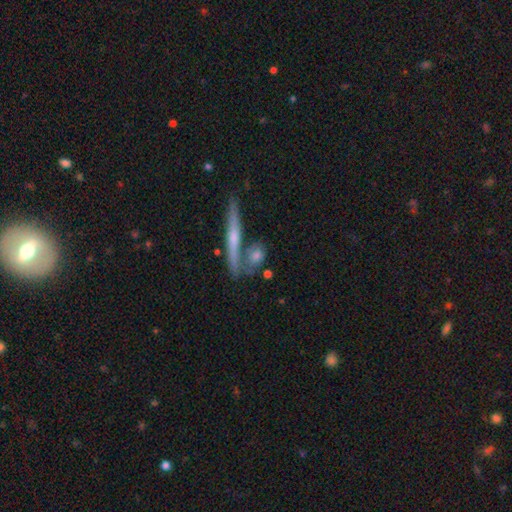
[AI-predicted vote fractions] This appears to be a smooth galaxy with no disk features (61%) that is cigar-shaped (36%). Merging: none (57%).